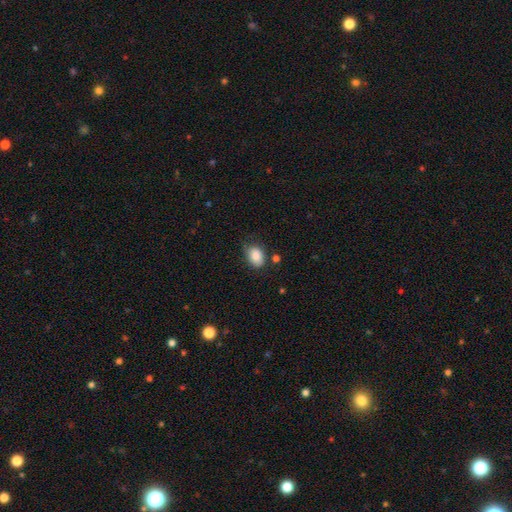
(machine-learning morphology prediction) Smooth or featured? Predicted: smooth (p=0.86). How rounded? Predicted: in between (p=0.75). Merging? Predicted: none (p=0.68).